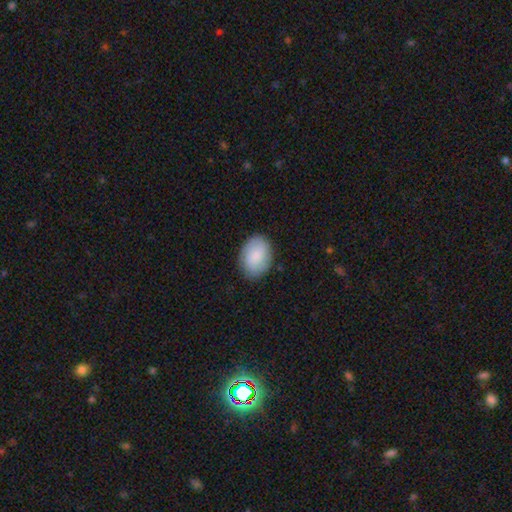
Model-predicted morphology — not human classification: Q: Smooth or featured?
A: smooth (76%); runner-up: featured or disk (18%)
Q: How rounded?
A: in between (80%); runner-up: round (18%)
Q: Merging?
A: none (84%); runner-up: minor disturbance (12%)